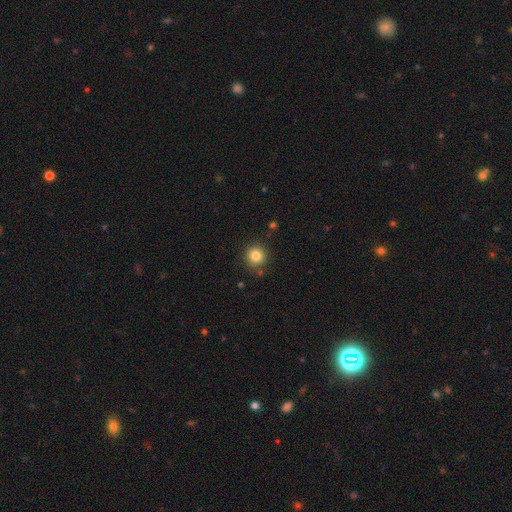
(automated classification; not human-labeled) A smooth galaxy with no disk features (83%) that is round (93%). Merging: none (85%).